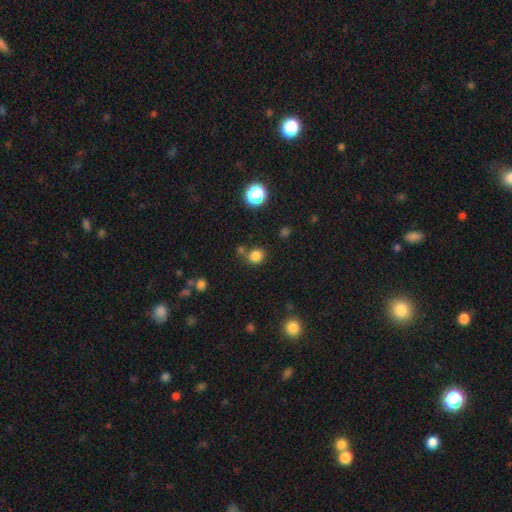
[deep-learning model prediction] Q: Smooth or featured?
A: smooth (81%); runner-up: star or artifact (14%)
Q: How rounded?
A: round (82%); runner-up: in between (17%)
Q: Merging?
A: none (73%); runner-up: merger (13%)